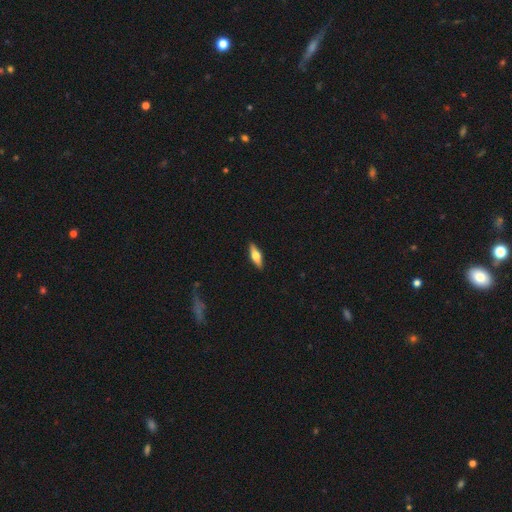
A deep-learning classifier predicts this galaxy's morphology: smooth_or_featured: smooth (p=0.53) [alt: featured or disk p=0.41]
how_rounded: in between (p=0.53) [alt: cigar-shaped p=0.45]
merging: none (p=0.90) [alt: minor disturbance p=0.08]